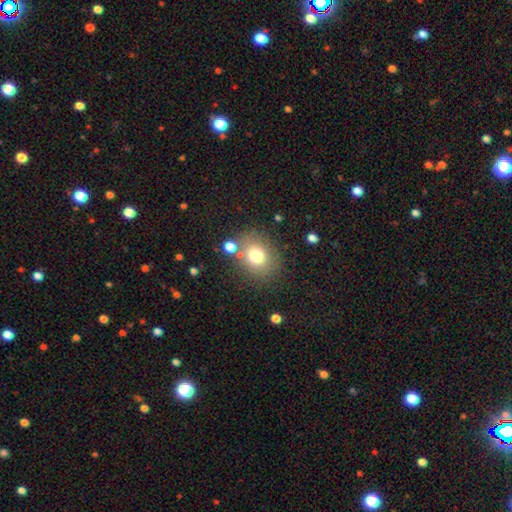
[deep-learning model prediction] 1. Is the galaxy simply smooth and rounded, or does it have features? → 73% smooth, 14% star or artifact, 13% featured or disk.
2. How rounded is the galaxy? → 67% round, 32% in between, 1% cigar-shaped.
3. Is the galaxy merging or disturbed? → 75% none, 11% minor disturbance, 8% merger, 5% major disturbance.